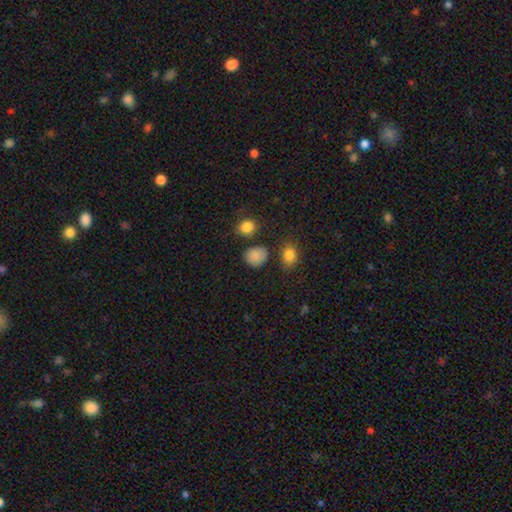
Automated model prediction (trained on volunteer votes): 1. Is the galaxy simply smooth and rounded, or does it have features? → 85% smooth, 11% star or artifact, 5% featured or disk.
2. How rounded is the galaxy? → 65% round, 34% in between, 1% cigar-shaped.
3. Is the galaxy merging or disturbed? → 76% none, 15% minor disturbance, 5% merger, 4% major disturbance.